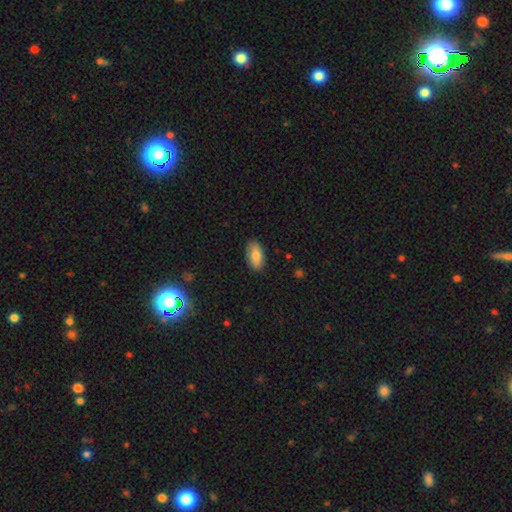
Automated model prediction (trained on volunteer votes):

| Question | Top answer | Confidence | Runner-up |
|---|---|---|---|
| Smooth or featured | smooth | 81% | featured or disk (13%) |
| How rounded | in between | 93% | cigar-shaped (4%) |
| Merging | none | 86% | minor disturbance (11%) |